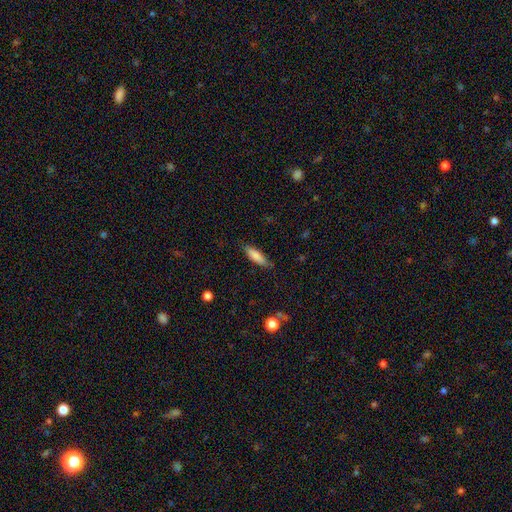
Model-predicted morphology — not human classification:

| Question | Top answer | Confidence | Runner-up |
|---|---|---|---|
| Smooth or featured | smooth | 82% | featured or disk (11%) |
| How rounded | in between | 51% | cigar-shaped (47%) |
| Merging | none | 77% | minor disturbance (18%) |